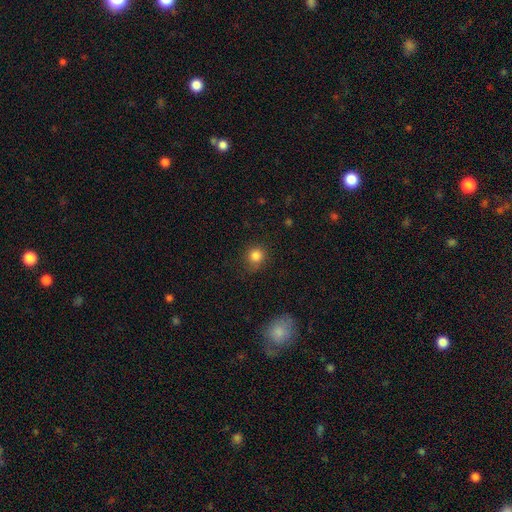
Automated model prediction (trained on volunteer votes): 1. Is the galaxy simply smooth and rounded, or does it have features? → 83% smooth, 12% star or artifact, 5% featured or disk.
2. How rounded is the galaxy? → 86% round, 13% in between, 1% cigar-shaped.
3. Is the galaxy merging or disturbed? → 78% none, 16% minor disturbance, 5% major disturbance, 1% merger.